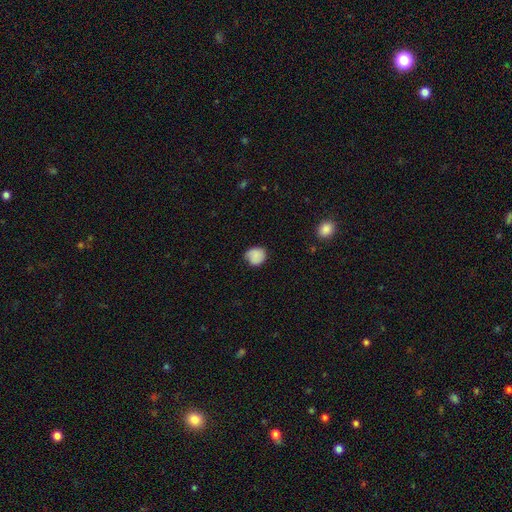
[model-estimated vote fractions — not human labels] smooth-or-featured: smooth: 84% | star or artifact: 8% | featured or disk: 8%
  how-rounded: round: 78% | in between: 21% | cigar-shaped: 1%
  merging: none: 67% | minor disturbance: 26% | major disturbance: 5% | merger: 1%